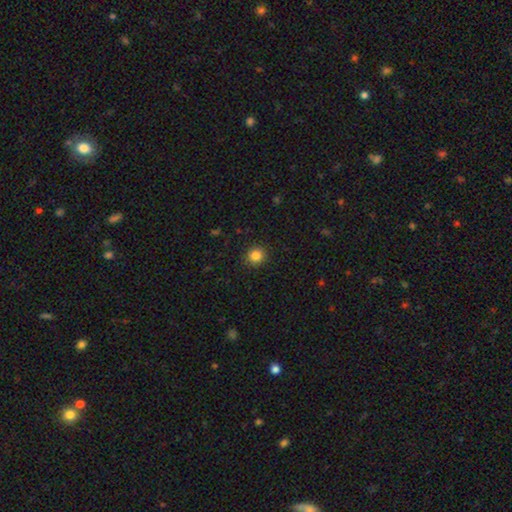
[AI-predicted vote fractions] The model was most divided on "smooth or featured": smooth: 84%, star or artifact: 11%, featured or disk: 5%. More confident: merging — none (90%); how rounded — round (88%).